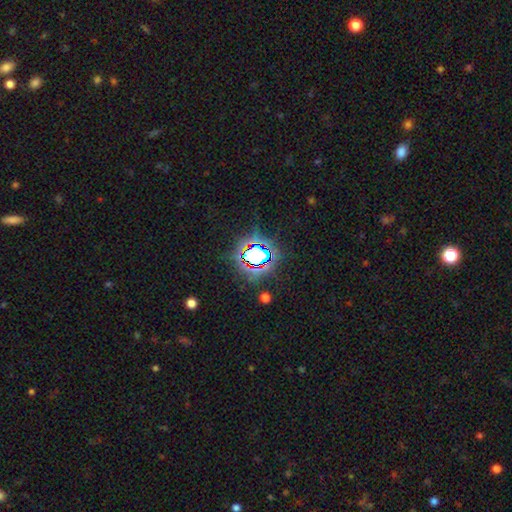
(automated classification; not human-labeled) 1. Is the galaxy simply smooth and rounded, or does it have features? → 72% star or artifact, 17% smooth, 11% featured or disk.